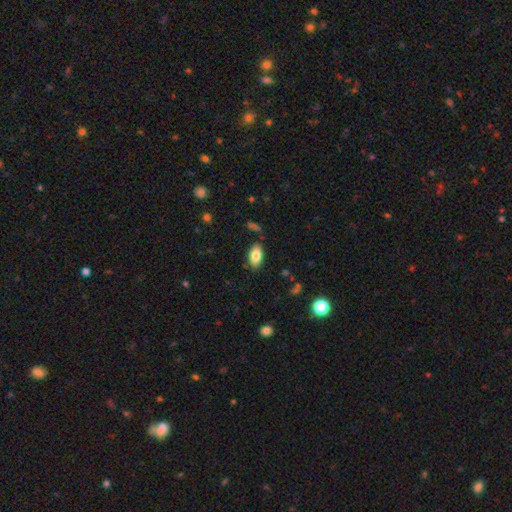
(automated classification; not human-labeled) Smooth or featured: smooth — 83% (featured or disk — 9%)
How rounded: in between — 93% (round — 4%)
Merging: none — 83% (minor disturbance — 12%)